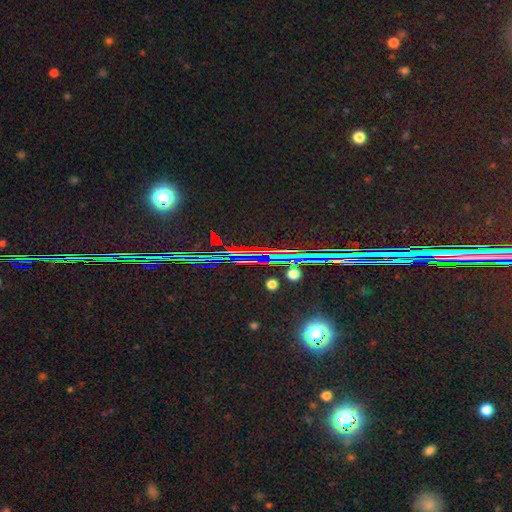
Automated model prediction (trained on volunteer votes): The model was most divided on "smooth or featured": star or artifact: 83%, featured or disk: 9%, smooth: 8%.